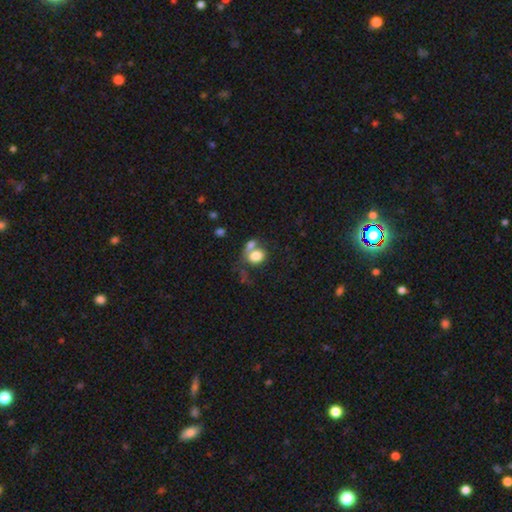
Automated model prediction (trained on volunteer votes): This appears to be a smooth galaxy with no disk features (78%) that is in between round and cigar-shaped (54%). Merging: merger (48%).